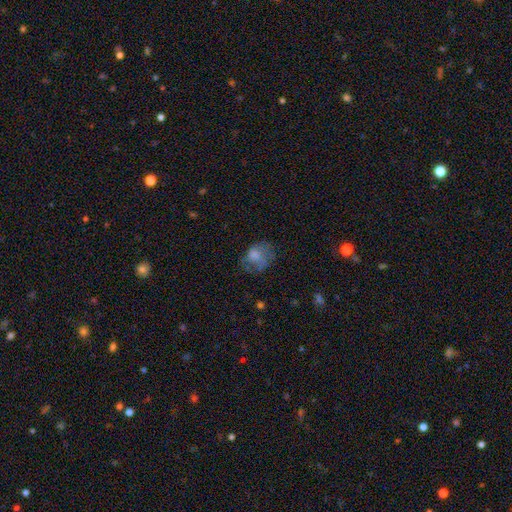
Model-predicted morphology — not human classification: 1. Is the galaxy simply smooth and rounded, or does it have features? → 68% smooth, 22% featured or disk, 10% star or artifact.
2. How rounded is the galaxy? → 53% round, 46% in between, 1% cigar-shaped.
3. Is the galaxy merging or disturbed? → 42% none, 28% major disturbance, 27% minor disturbance, 2% merger.